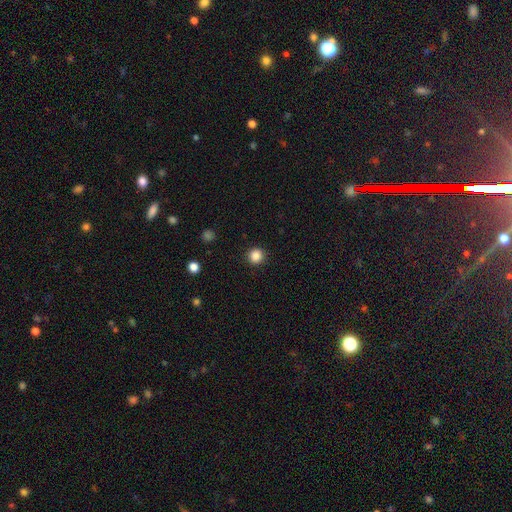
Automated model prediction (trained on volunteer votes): A smooth galaxy with no disk features (86%) that is round (94%).

Vote fractions:
- Smooth or featured? smooth: 86% / star or artifact: 11% / featured or disk: 3%
- How rounded? round: 94% / in between: 5% / cigar-shaped: 1%
- Merging? none: 92% / minor disturbance: 5% / major disturbance: 2% / merger: 1%